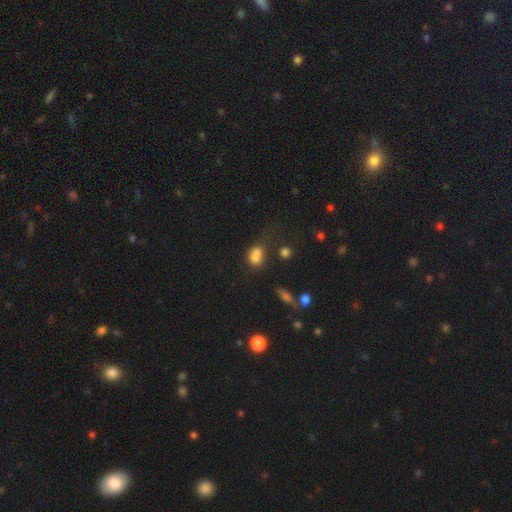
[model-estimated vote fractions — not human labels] Overall: smooth (75%). How rounded: in between (69%). Merging: none (33%; merger 30%).